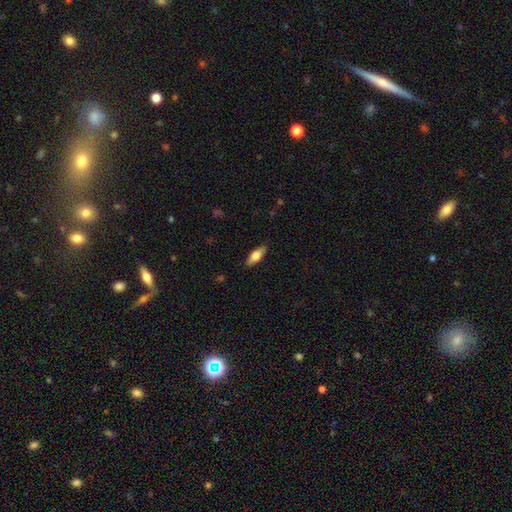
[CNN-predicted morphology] This is likely a smooth galaxy (67%). How rounded: likely in between (69%). Merging: clearly none (87%).